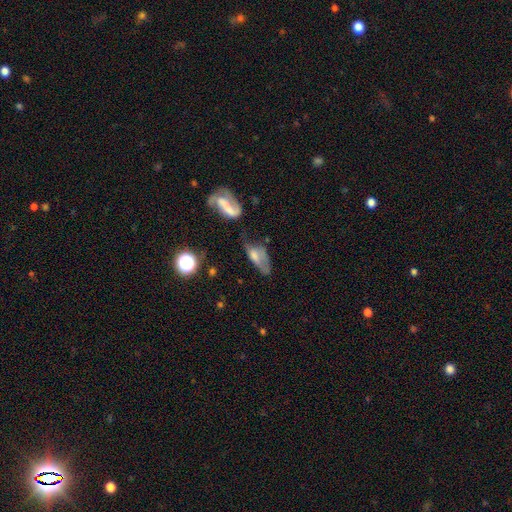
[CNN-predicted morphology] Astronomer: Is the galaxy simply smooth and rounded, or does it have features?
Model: smooth — 51% (runner-up: featured or disk, 38%).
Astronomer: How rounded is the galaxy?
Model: in between — 79%.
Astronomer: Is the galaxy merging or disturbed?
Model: major disturbance — 36% (runner-up: minor disturbance, 26%).